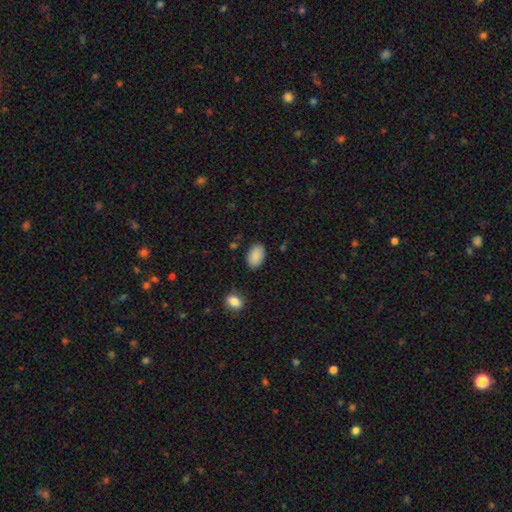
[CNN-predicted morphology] Smooth or featured? smooth (89%)
How rounded? in between (91%)
Merging? none (85%)